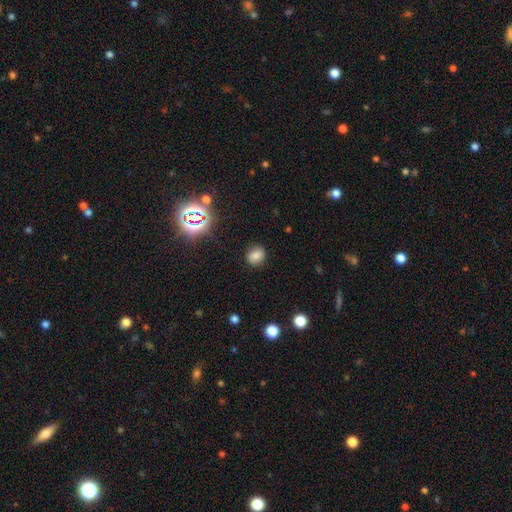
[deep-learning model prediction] A smooth galaxy with no disk features (76%) that is round (67%). Merging: none (86%).